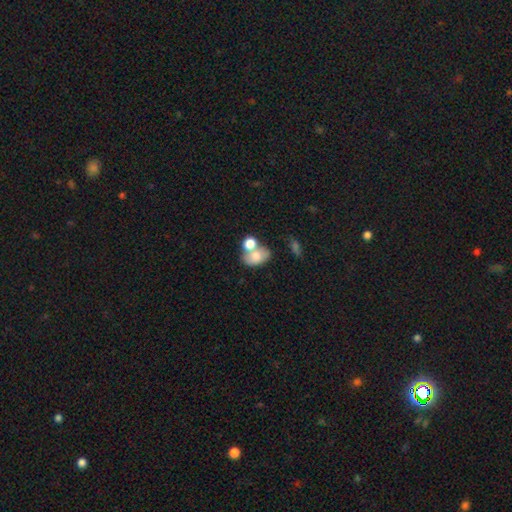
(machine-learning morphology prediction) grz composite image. It shows a smooth galaxy with no disk features (74%) that is in between round and cigar-shaped (77%). Merging: merger (46%).